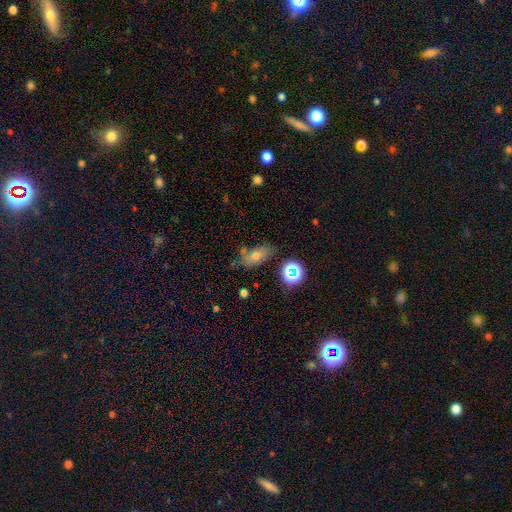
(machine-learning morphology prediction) smooth_or_featured: smooth (p=0.56) [alt: featured or disk p=0.24]
how_rounded: in between (p=0.80) [alt: round p=0.12]
merging: none (p=0.67) [alt: minor disturbance p=0.19]